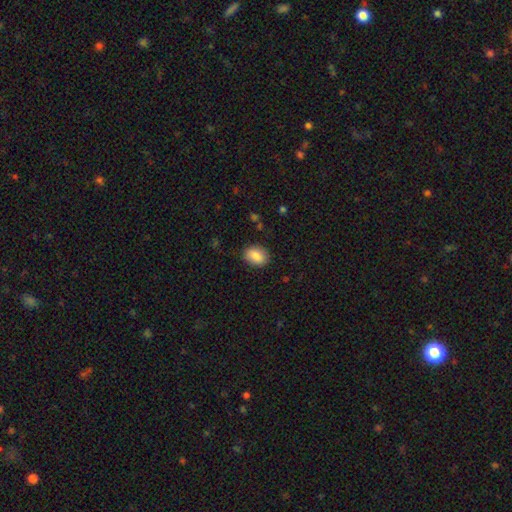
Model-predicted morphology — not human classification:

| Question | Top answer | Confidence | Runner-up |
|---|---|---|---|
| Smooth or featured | smooth | 86% | star or artifact (8%) |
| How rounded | in between | 68% | round (31%) |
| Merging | none | 87% | minor disturbance (10%) |